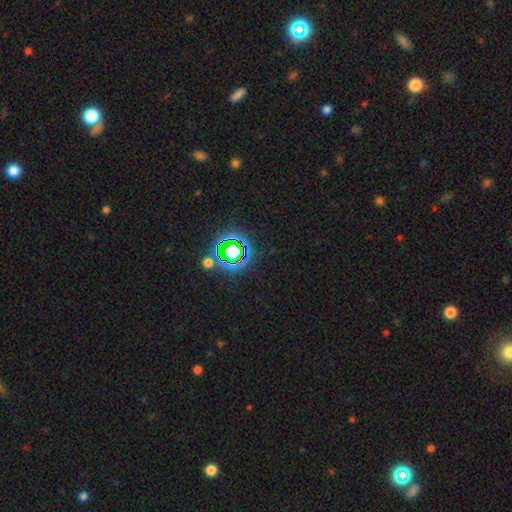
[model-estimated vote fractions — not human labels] Overall: star or artifact (71%).